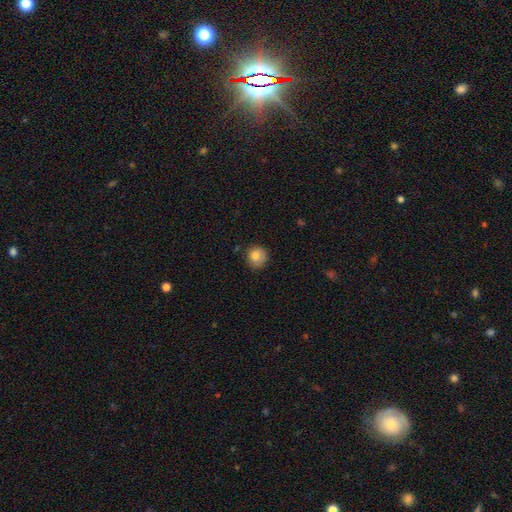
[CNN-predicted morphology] This is clearly a smooth galaxy (82%). How rounded: clearly round (91%). Merging: likely none (80%).